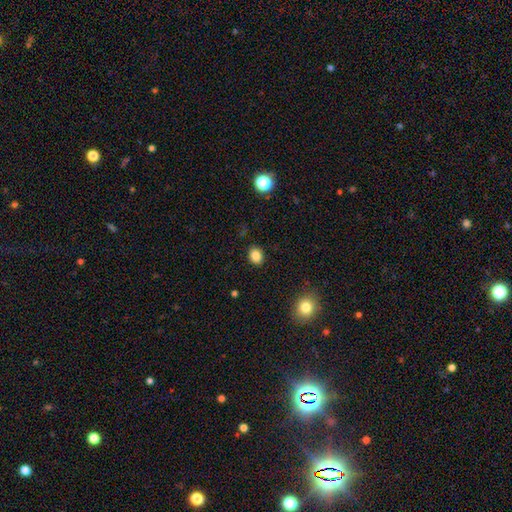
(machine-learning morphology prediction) This appears to be a smooth galaxy with no disk features (85%) that is round (50%). Merging: none (89%).